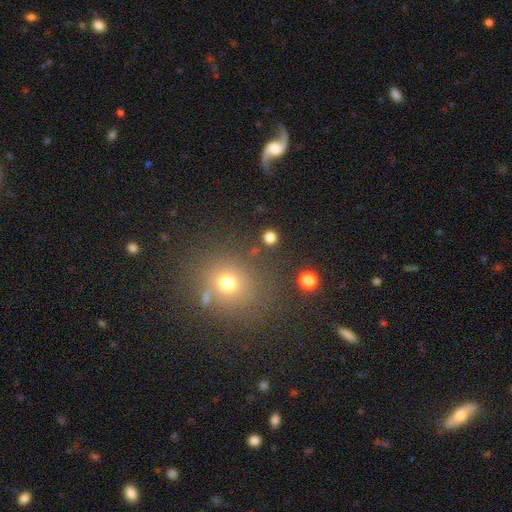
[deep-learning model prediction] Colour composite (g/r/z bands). It shows a smooth galaxy with no disk features (55%) that is round (84%). Merging: none (84%).